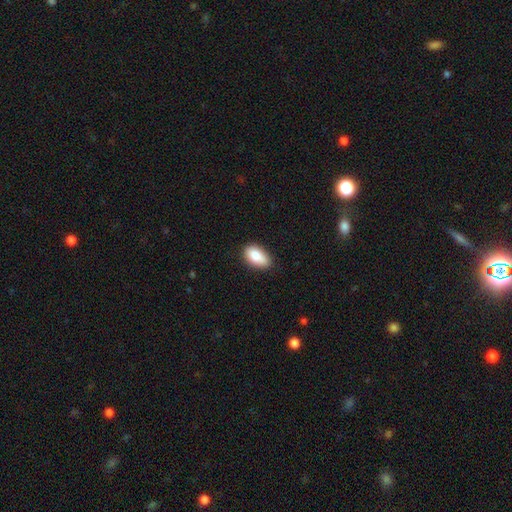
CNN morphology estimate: A smooth galaxy with no disk features (84%) that is in between round and cigar-shaped (91%). Merging: none (76%).